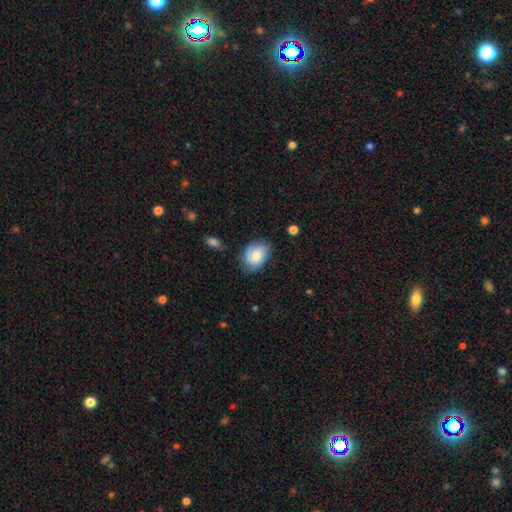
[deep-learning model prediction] This appears to be a smooth galaxy with no disk features (63%) that is in between round and cigar-shaped (72%). Merging: none (64%).